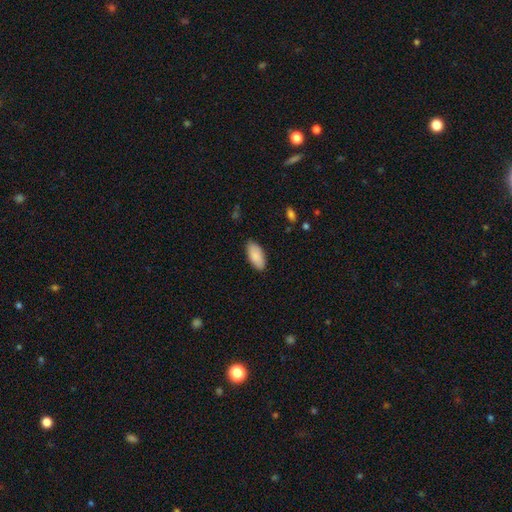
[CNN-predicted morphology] A smooth galaxy with no disk features (88%) that is in between round and cigar-shaped (91%). Merging: none (86%).